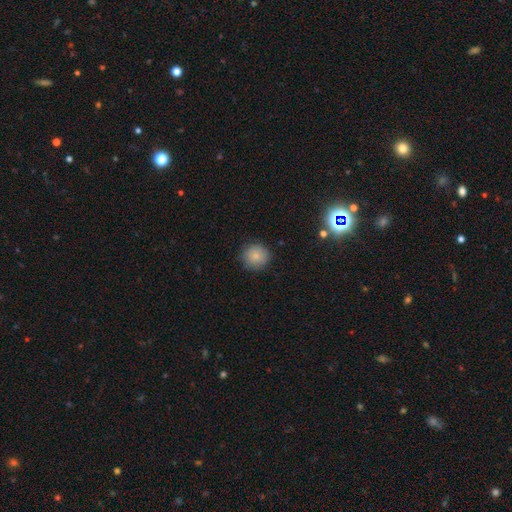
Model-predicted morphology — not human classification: This is clearly a smooth galaxy (83%). How rounded: clearly round (93%). Merging: clearly none (86%).